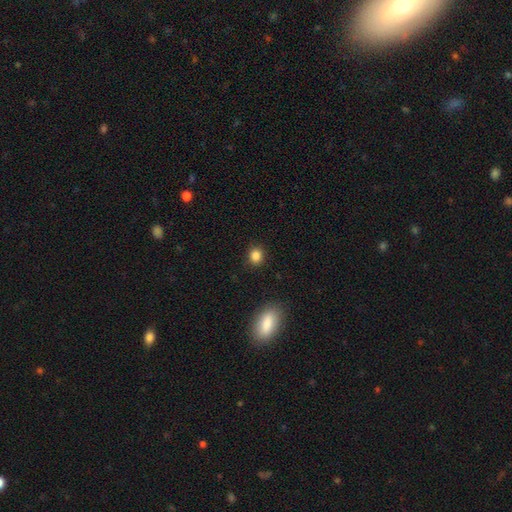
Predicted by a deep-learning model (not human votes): A smooth galaxy with no disk features (85%) that is round (72%). Merging: none (89%).